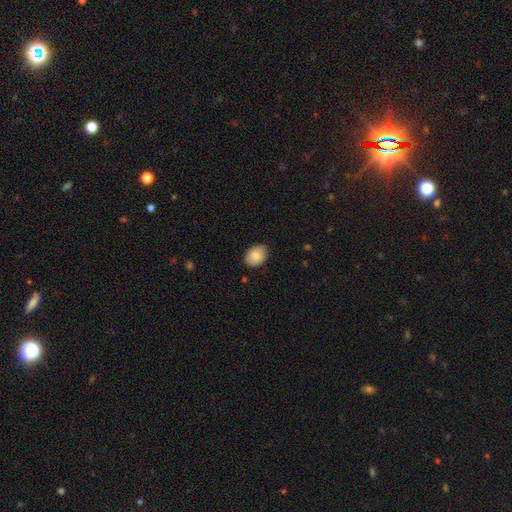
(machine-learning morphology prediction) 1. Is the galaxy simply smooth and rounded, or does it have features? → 85% smooth, 8% featured or disk, 7% star or artifact.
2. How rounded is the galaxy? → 75% in between, 24% round, 1% cigar-shaped.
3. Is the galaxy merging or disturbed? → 87% none, 10% minor disturbance, 2% major disturbance, 1% merger.